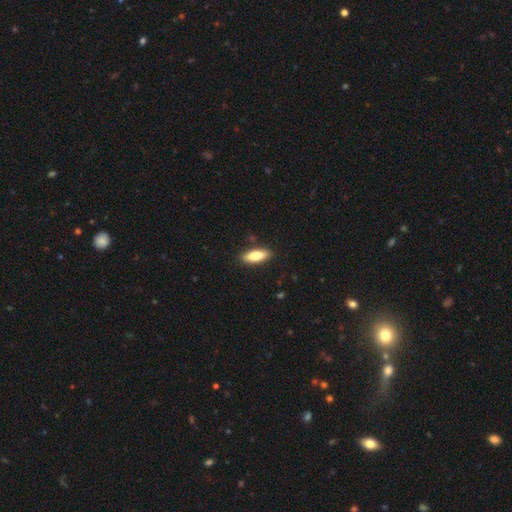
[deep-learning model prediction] Smooth or featured? smooth (79%)
How rounded? in between (63%)
Merging? none (88%)